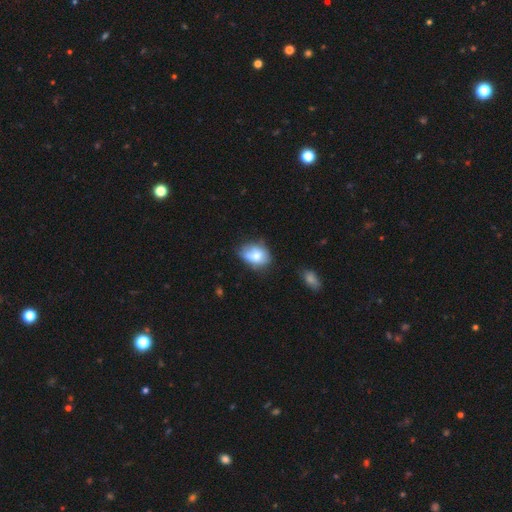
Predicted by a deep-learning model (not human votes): A smooth galaxy with no disk features (72%) that is in between round and cigar-shaped (73%).

Vote fractions:
- Smooth or featured? smooth: 72% / featured or disk: 19% / star or artifact: 9%
- How rounded? in between: 73% / round: 26% / cigar-shaped: 1%
- Merging? none: 52% / minor disturbance: 34% / major disturbance: 9% / merger: 5%